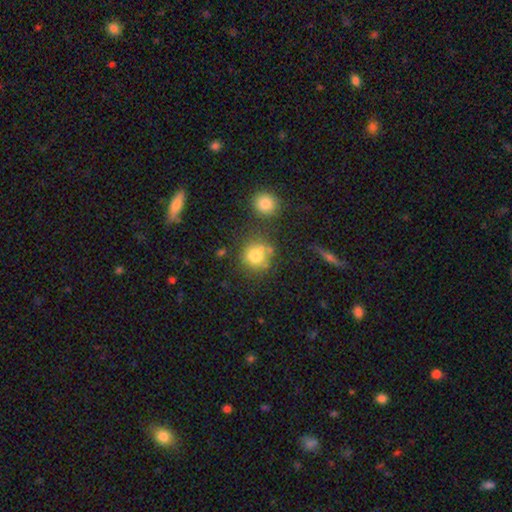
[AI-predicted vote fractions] Q: Smooth or featured?
A: smooth (74%); runner-up: star or artifact (13%)
Q: How rounded?
A: round (87%); runner-up: in between (12%)
Q: Merging?
A: none (62%); runner-up: merger (17%)